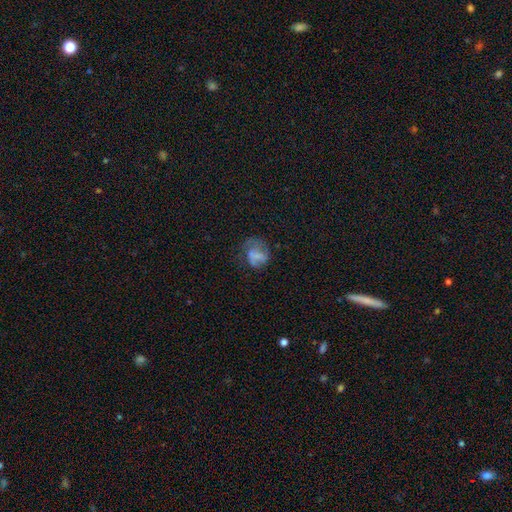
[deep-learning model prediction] smooth_or_featured: smooth (p=0.48) [alt: featured or disk p=0.40]
merging: none (p=0.38) [alt: major disturbance p=0.34]